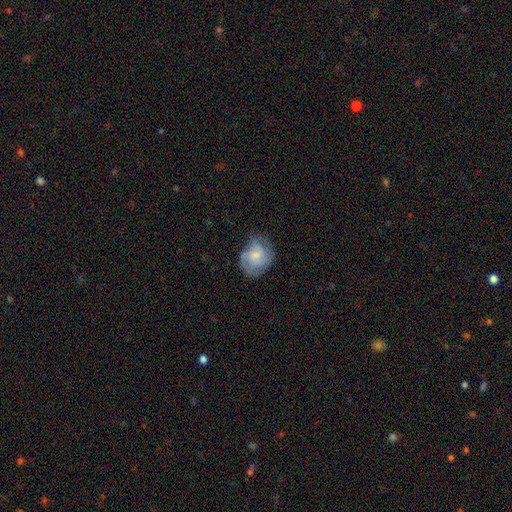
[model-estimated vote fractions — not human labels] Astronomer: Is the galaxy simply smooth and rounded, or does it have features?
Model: featured or disk — 48% (runner-up: smooth, 44%).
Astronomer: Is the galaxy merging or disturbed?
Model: none — 61%.